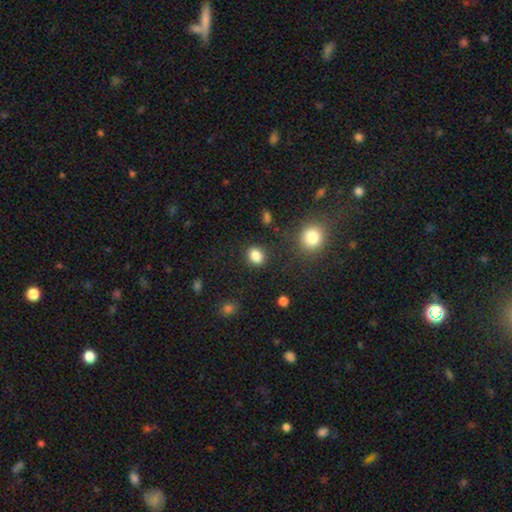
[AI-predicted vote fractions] Smooth or featured? smooth (85%)
How rounded? round (58%)
Merging? none (87%)